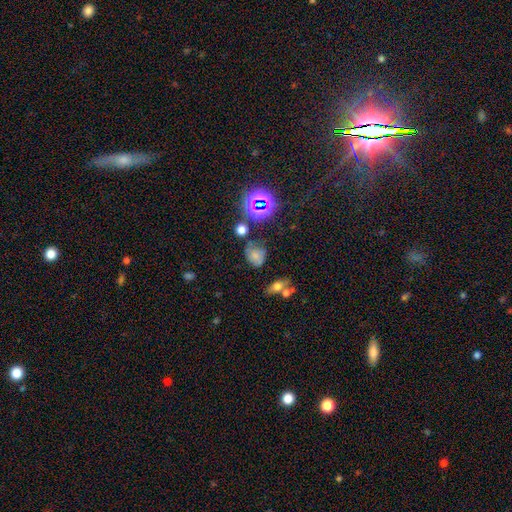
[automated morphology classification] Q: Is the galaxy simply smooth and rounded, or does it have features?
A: smooth — 61%.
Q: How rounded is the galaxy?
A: round — 52%.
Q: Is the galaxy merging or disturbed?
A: none — 54%.